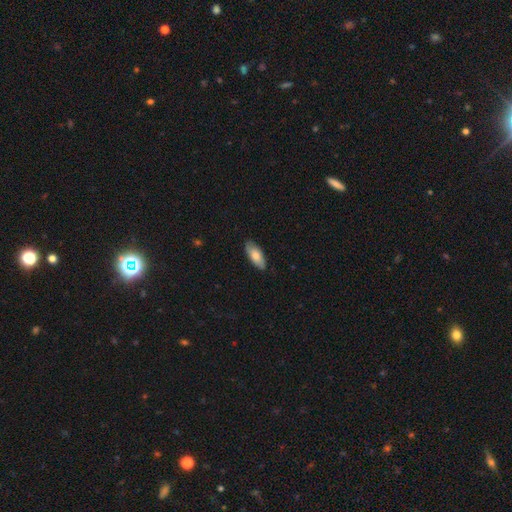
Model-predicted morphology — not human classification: smooth_or_featured: smooth (p=0.77) [alt: featured or disk p=0.17]
how_rounded: in between (p=0.84) [alt: cigar-shaped p=0.14]
merging: none (p=0.85) [alt: minor disturbance p=0.12]